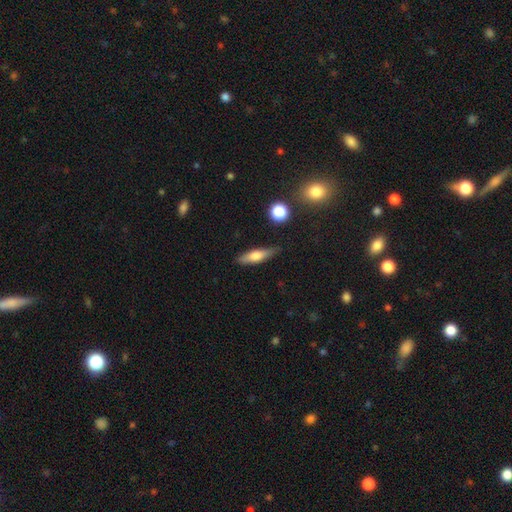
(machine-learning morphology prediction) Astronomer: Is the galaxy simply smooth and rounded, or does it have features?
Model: smooth — 61%.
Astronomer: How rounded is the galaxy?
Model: cigar-shaped — 62%.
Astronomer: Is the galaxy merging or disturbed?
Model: none — 80%.